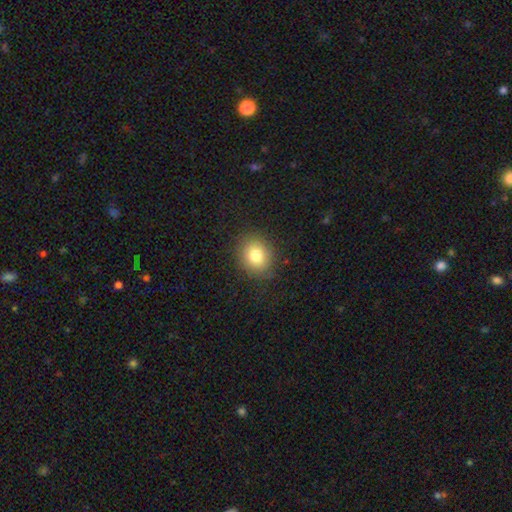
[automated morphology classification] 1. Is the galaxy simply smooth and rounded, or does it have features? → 79% smooth, 11% star or artifact, 10% featured or disk.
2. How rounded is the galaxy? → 67% round, 32% in between, 1% cigar-shaped.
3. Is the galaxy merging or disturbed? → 86% none, 10% minor disturbance, 3% major disturbance, 1% merger.